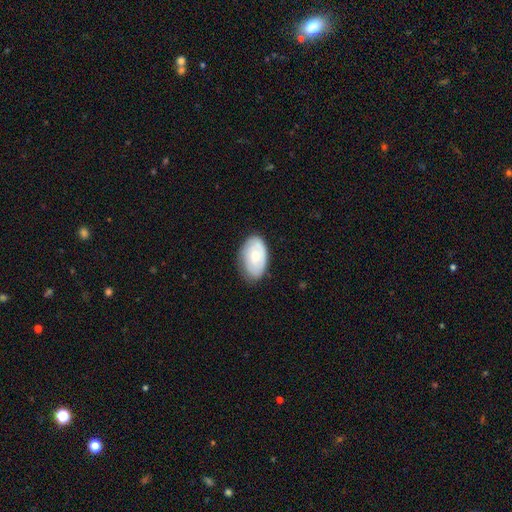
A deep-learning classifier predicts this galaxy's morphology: Smooth or featured: smooth — 62% (featured or disk — 33%)
How rounded: in between — 92% (round — 7%)
Merging: none — 74% (minor disturbance — 21%)